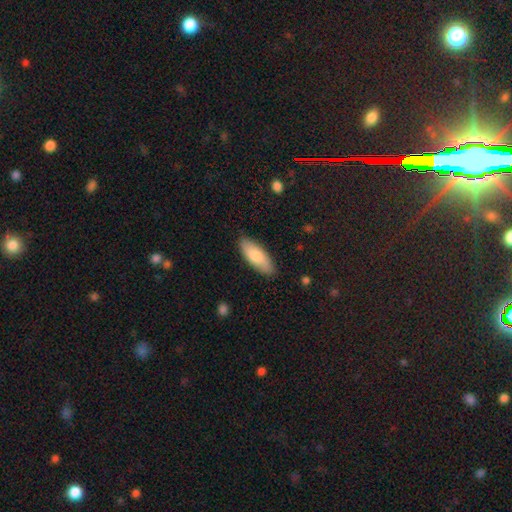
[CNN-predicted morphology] This appears to be a smooth galaxy with no disk features (80%) that is in between round and cigar-shaped (74%). Merging: none (87%).